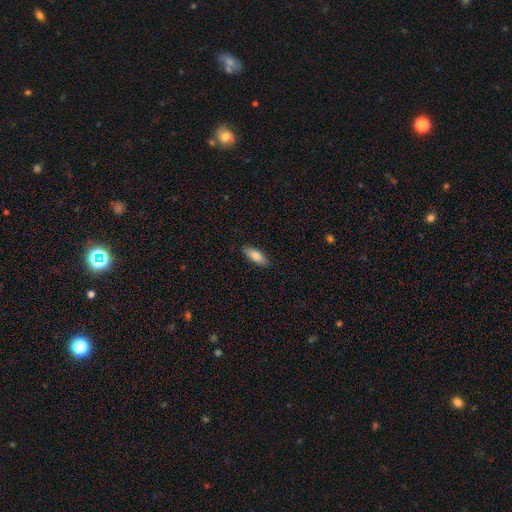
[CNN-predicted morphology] type=smooth (80%); roundness=in between (69%); merging=none (88%).